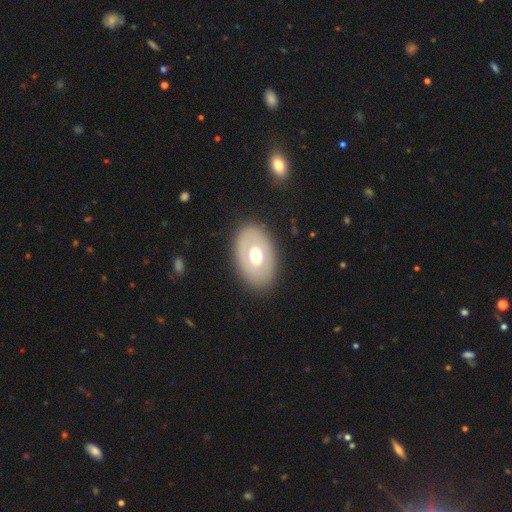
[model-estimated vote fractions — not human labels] A smooth galaxy with no disk features (53%) that is in between round and cigar-shaped (84%). Merging: none (85%).